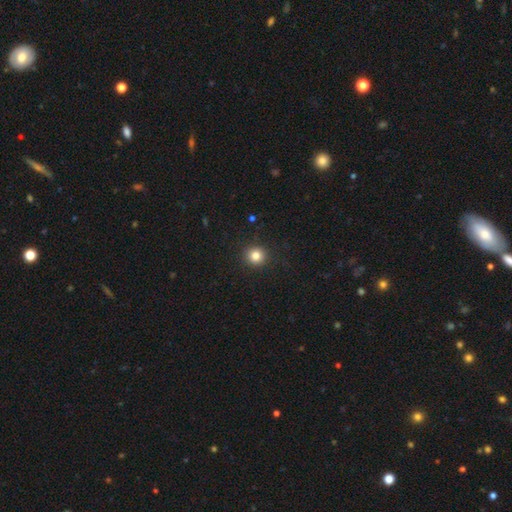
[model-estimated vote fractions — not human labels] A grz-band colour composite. It shows a smooth galaxy with no disk features (83%) that is round (93%). Merging: none (92%).